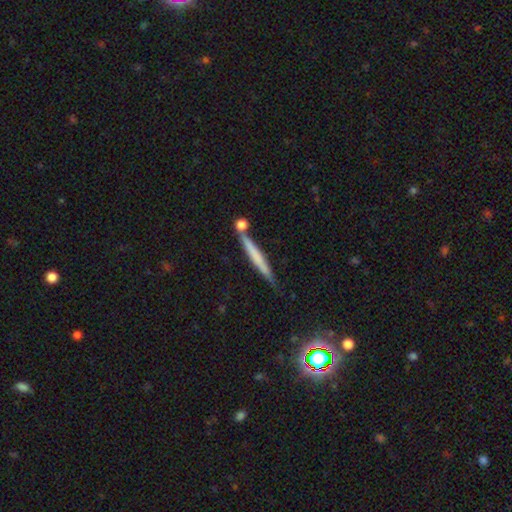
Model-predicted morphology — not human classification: smooth 56%, featured or disk 37%, star or artifact 7%. Down the decision tree: how rounded — cigar-shaped (95%); merging — none (75%).